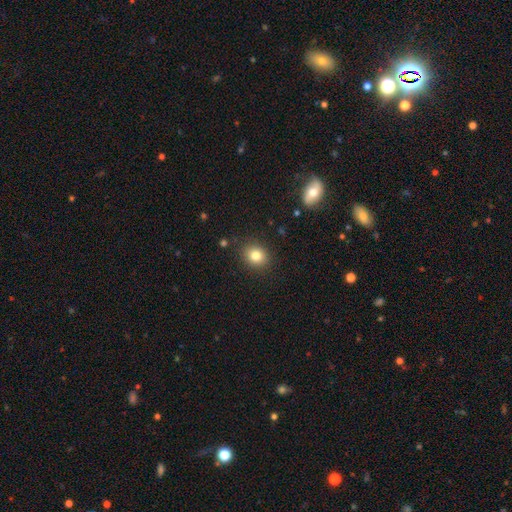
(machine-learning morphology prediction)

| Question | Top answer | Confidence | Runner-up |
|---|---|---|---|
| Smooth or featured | smooth | 81% | star or artifact (11%) |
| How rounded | round | 66% | in between (33%) |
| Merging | none | 87% | minor disturbance (8%) |